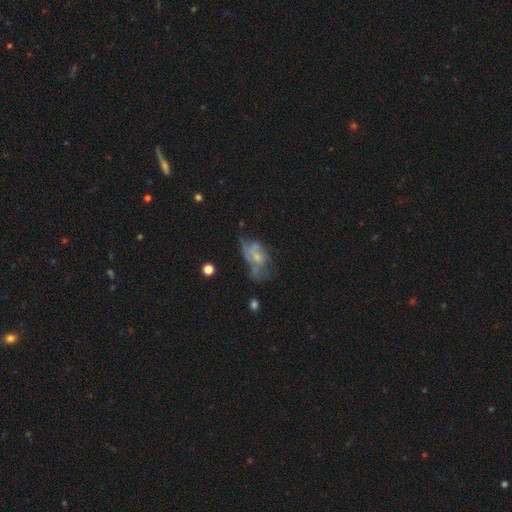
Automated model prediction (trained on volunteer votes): smooth-or-featured: featured or disk: 55% | smooth: 32% | star or artifact: 13%
  disk-edge-on: no: 95% | yes: 5%
    bar: no: 81% | weak: 16% | strong: 3%
    has-spiral-arms: no: 68% | yes: 32%
    bulge-size: small: 47% | moderate: 30% | none: 19% | large: 3% | dominant: 1%
  merging: major disturbance: 34% | none: 30% | minor disturbance: 24% | merger: 11%